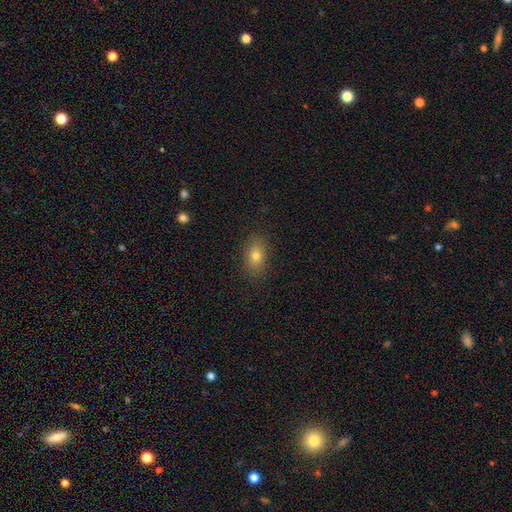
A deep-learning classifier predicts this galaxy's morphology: Overall: smooth (75%). How rounded: in between (80%). Merging: none (87%).